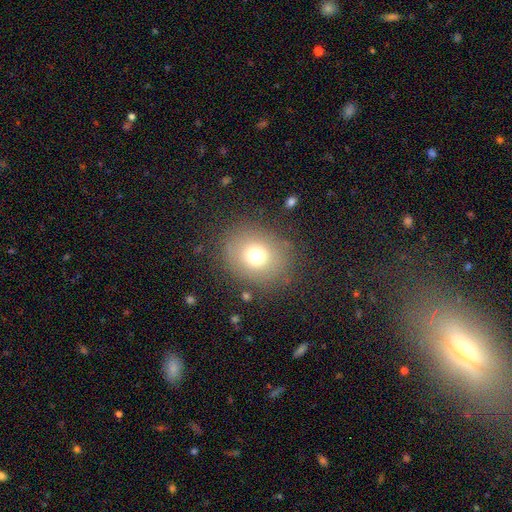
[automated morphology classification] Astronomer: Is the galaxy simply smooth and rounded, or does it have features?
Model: smooth — 71%.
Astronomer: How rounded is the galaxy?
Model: round — 66%.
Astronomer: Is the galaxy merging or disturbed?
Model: none — 82%.